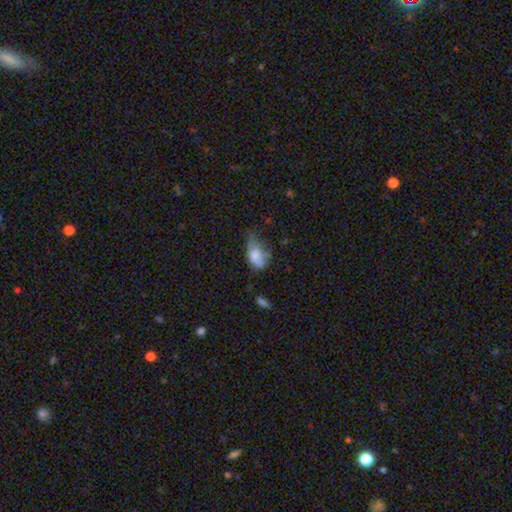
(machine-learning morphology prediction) A smooth galaxy with no disk features (72%) that is in between round and cigar-shaped (87%).

Vote fractions:
- Smooth or featured? smooth: 72% / featured or disk: 19% / star or artifact: 9%
- How rounded? in between: 87% / round: 10% / cigar-shaped: 3%
- Merging? minor disturbance: 39% / major disturbance: 34% / none: 21% / merger: 6%